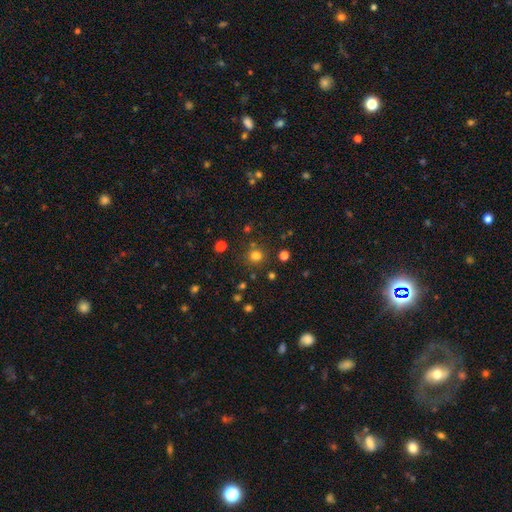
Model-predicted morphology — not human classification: The model was most divided on "smooth or featured": smooth: 75%, star or artifact: 19%, featured or disk: 6%. More confident: how rounded — round (86%); merging — none (80%).